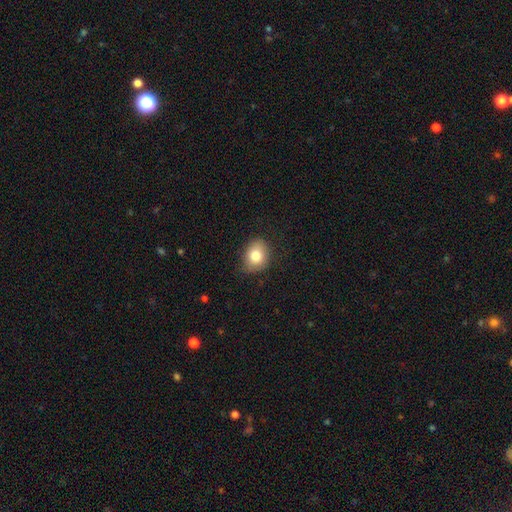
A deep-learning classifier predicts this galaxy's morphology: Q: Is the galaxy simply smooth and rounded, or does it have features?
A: smooth — 81%.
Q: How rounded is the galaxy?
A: in between — 54%.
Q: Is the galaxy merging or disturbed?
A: none — 73%.